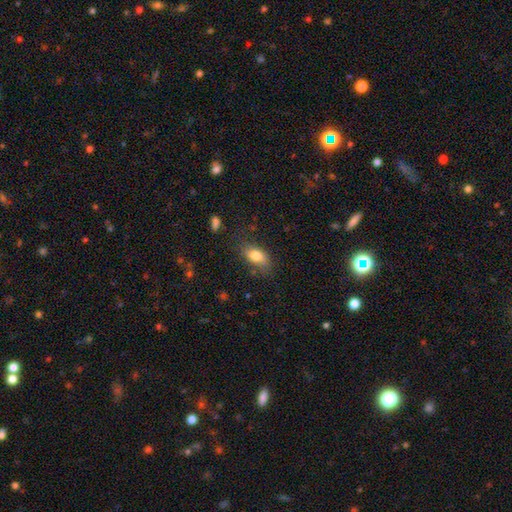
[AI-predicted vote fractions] Smooth or featured: smooth — 79% (featured or disk — 13%)
How rounded: in between — 86% (round — 9%)
Merging: none — 71% (minor disturbance — 20%)